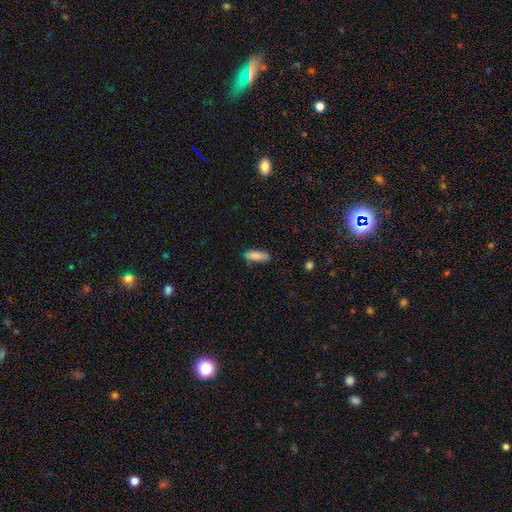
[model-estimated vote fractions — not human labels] smooth_or_featured: smooth (p=0.84) [alt: featured or disk p=0.09]
how_rounded: in between (p=0.70) [alt: cigar-shaped p=0.28]
merging: none (p=0.65) [alt: minor disturbance p=0.25]